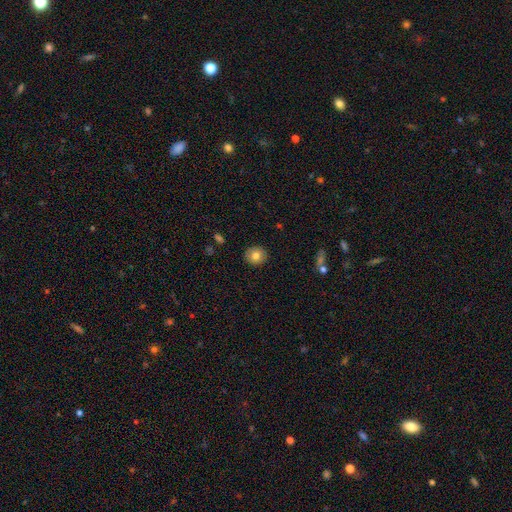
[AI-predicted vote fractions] Smooth or featured? Predicted: smooth (p=0.79). How rounded? Predicted: round (p=0.82). Merging? Predicted: none (p=0.90).